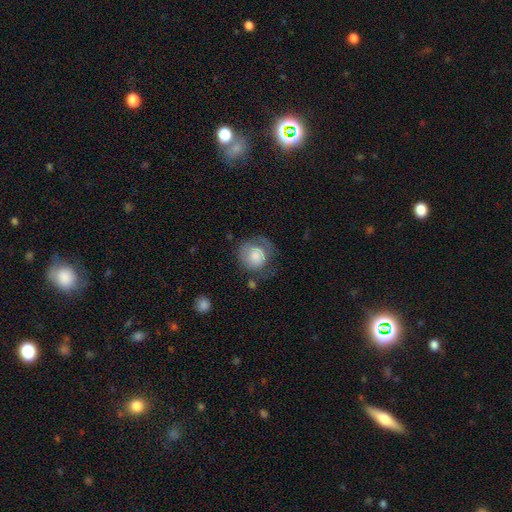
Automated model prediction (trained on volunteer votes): smooth_or_featured: smooth (p=0.69) [alt: featured or disk p=0.23]
how_rounded: round (p=0.84) [alt: in between p=0.15]
merging: none (p=0.48) [alt: minor disturbance p=0.26]